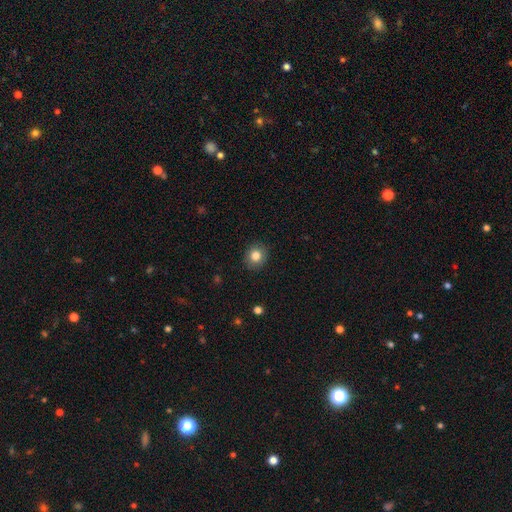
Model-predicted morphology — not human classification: type=smooth (82%); roundness=round (81%); merging=none (90%).